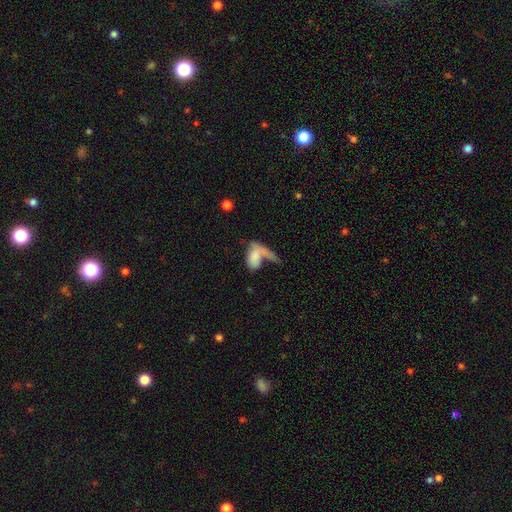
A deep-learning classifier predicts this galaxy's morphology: smooth_or_featured: smooth (p=0.67) [alt: featured or disk p=0.24]
how_rounded: in between (p=0.87) [alt: round p=0.07]
merging: merger (p=0.36) [alt: major disturbance p=0.30]